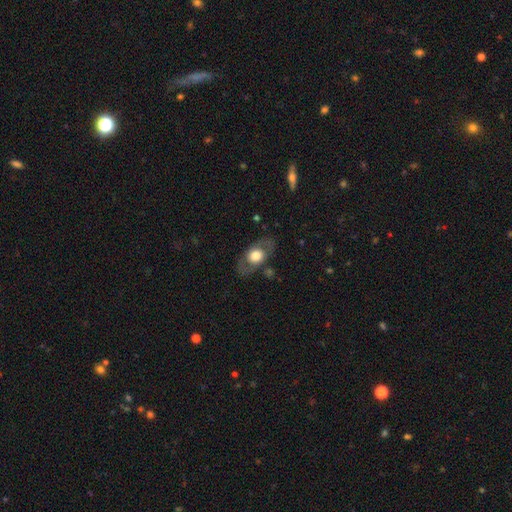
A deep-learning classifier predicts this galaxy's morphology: Smooth or featured?
  - smooth: 49% *
  - featured or disk: 45%
  - star or artifact: 6%
Merging?
  - none: 79% *
  - minor disturbance: 13%
  - major disturbance: 6%
  - merger: 2%